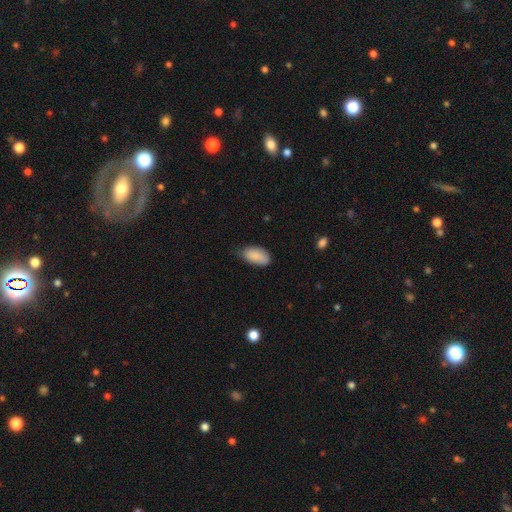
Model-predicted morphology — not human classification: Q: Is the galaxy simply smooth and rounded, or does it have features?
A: smooth — 88%.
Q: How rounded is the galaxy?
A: in between — 94%.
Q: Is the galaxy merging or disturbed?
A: none — 54%.